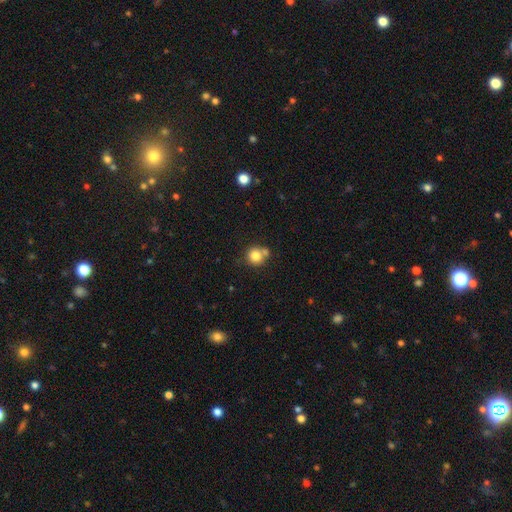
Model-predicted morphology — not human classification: smooth 81%, star or artifact 11%, featured or disk 9%. Down the decision tree: how rounded — round (89%); merging — none (59%).